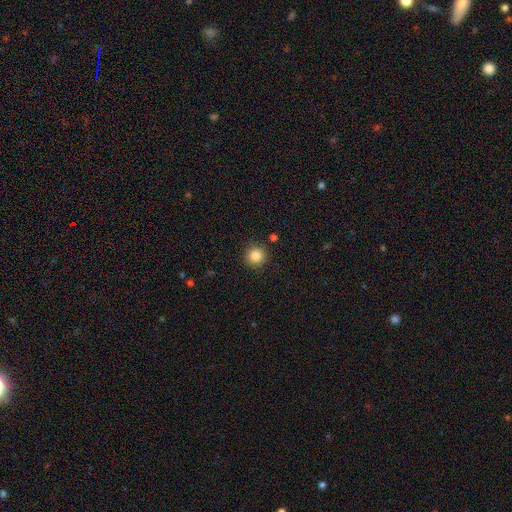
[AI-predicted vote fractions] Overall: smooth (85%). How rounded: round (95%). Merging: none (90%).